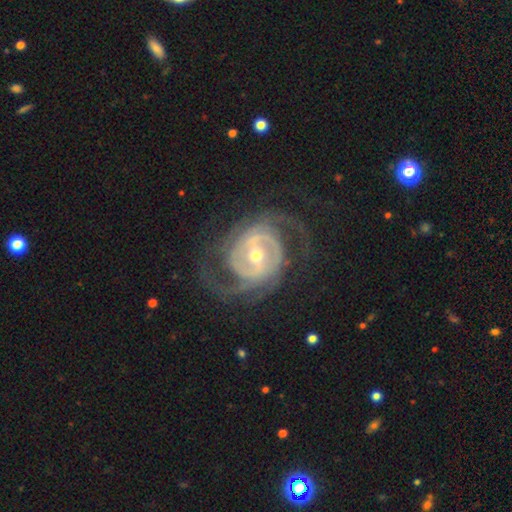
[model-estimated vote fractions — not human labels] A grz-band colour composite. It shows a featured or disk galaxy (90%) with a weak bar (41%), 2 (53%) tight (45%) spiral arms (96%) and a small central bulge (48%, tied with moderate). Merging: none (70%).